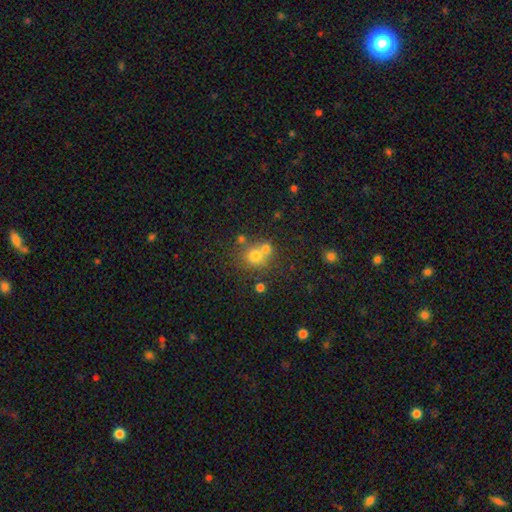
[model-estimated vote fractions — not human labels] Smooth or featured? smooth (69%)
How rounded? round (83%)
Merging? none (46%)